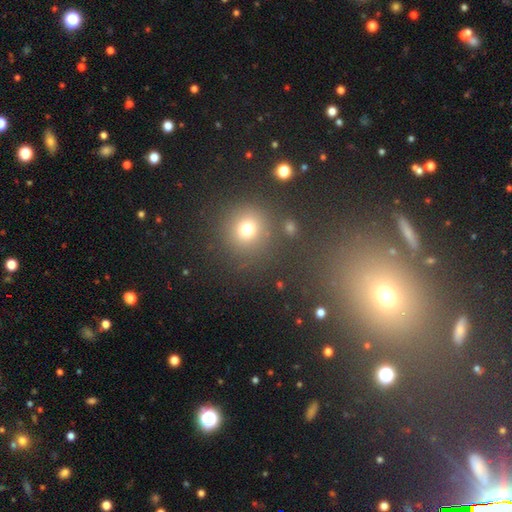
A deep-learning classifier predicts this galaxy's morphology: smooth 52%, star or artifact 40%, featured or disk 8%. Down the decision tree: how rounded — round (86%); merging — none (84%).